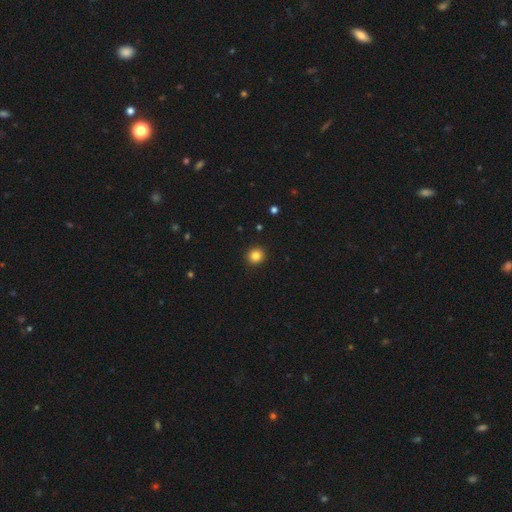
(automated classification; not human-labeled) This is clearly a smooth galaxy (84%). How rounded: clearly round (91%). Merging: clearly none (93%).